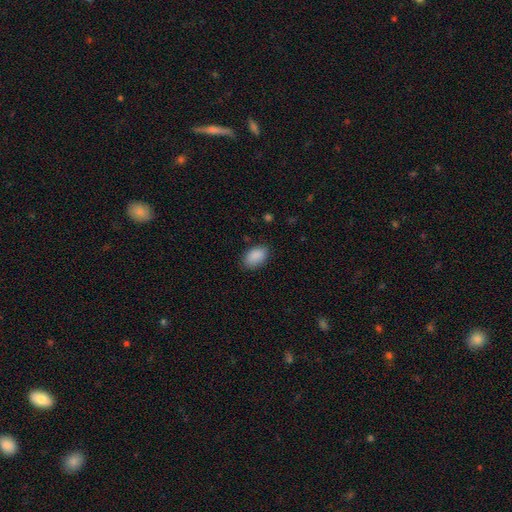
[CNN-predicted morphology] smooth-or-featured: smooth: 89% | star or artifact: 7% | featured or disk: 4%
  how-rounded: in between: 89% | round: 10% | cigar-shaped: 1%
  merging: none: 81% | minor disturbance: 15% | major disturbance: 3% | merger: 1%